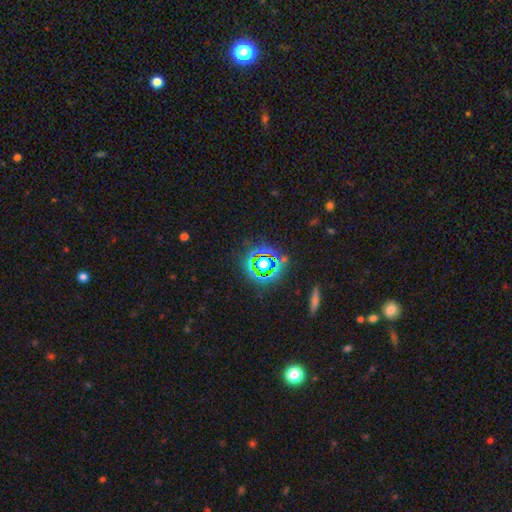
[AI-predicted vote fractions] A star or artifact, not a galaxy (75%).